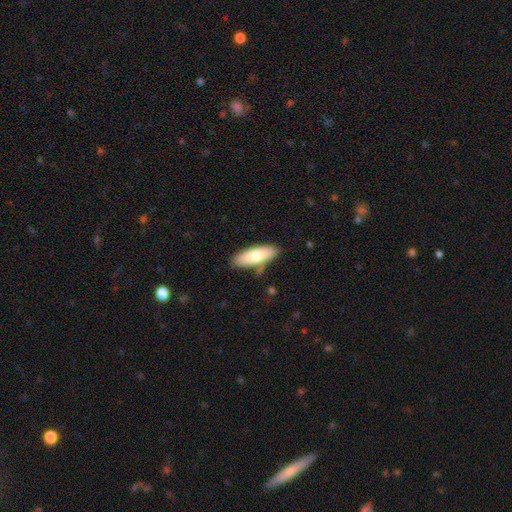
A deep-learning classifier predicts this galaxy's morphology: The model was most divided on "how rounded": in between: 67%, cigar-shaped: 31%, round: 2%. More confident: merging — none (80%); smooth or featured — smooth (74%).